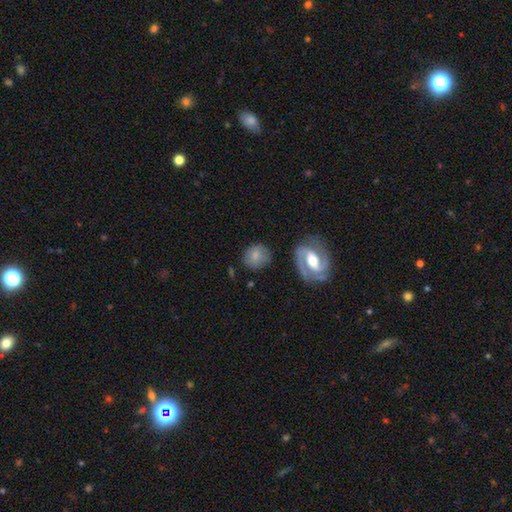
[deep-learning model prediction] A smooth galaxy with no disk features (68%) that is round (76%).

Vote fractions:
- Smooth or featured? smooth: 68% / featured or disk: 25% / star or artifact: 7%
- How rounded? round: 76% / in between: 23% / cigar-shaped: 1%
- Merging? none: 78% / minor disturbance: 14% / major disturbance: 5% / merger: 4%